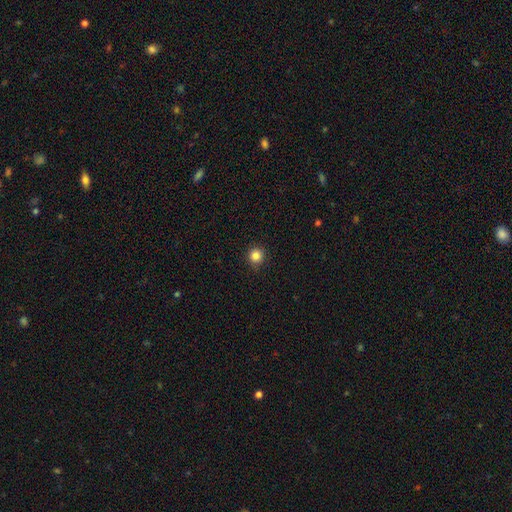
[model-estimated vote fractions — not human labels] Smooth or featured? smooth (85%)
How rounded? round (94%)
Merging? none (89%)